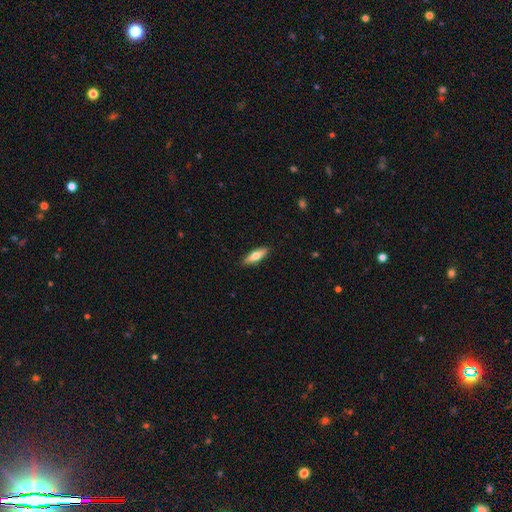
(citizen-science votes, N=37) A featured or disk galaxy (62%) viewed edge-on (96%) with a rounded central bulge (95%).

Vote fractions:
- Smooth or featured? featured or disk: 62% / smooth: 38% / star or artifact: 0%
- Edge-on disk? yes: 96% / no: 4%
- Edge-on bulge? rounded: 95% / none: 5% / boxy: 0%
- Merging? none: 84% / minor disturbance: 8% / major disturbance: 5% / merger: 3%